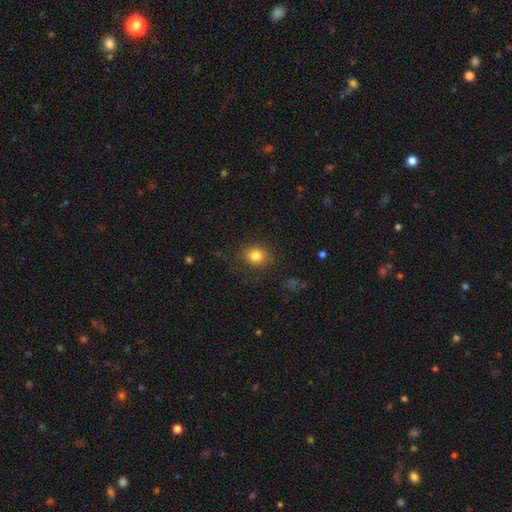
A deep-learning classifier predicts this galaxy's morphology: Smooth or featured: smooth — 83% (star or artifact — 11%)
How rounded: round — 79% (in between — 20%)
Merging: none — 86% (minor disturbance — 9%)